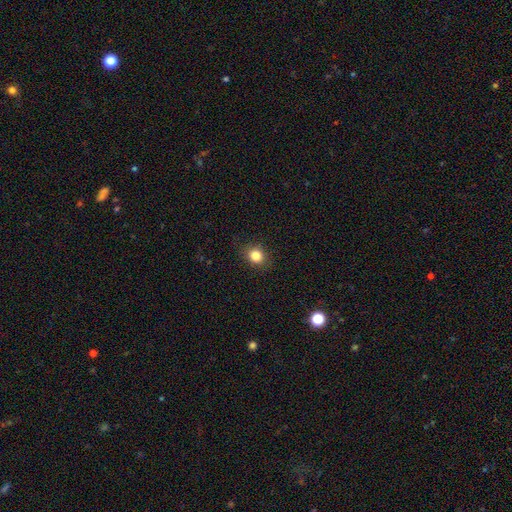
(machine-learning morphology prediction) Smooth or featured?
  - smooth: 84% *
  - star or artifact: 11%
  - featured or disk: 5%
How rounded?
  - round: 67% *
  - in between: 32%
  - cigar-shaped: 1%
Merging?
  - none: 86% *
  - minor disturbance: 10%
  - major disturbance: 3%
  - merger: 1%